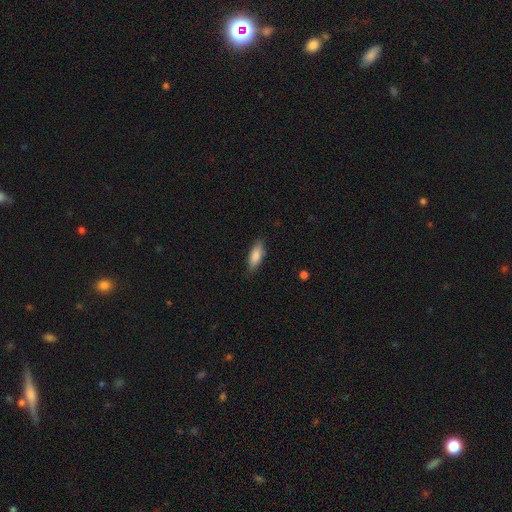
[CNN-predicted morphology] A smooth galaxy with no disk features (84%) that is in between round and cigar-shaped (71%).

Vote fractions:
- Smooth or featured? smooth: 84% / featured or disk: 10% / star or artifact: 6%
- How rounded? in between: 71% / cigar-shaped: 27% / round: 2%
- Merging? none: 82% / minor disturbance: 14% / major disturbance: 3% / merger: 1%